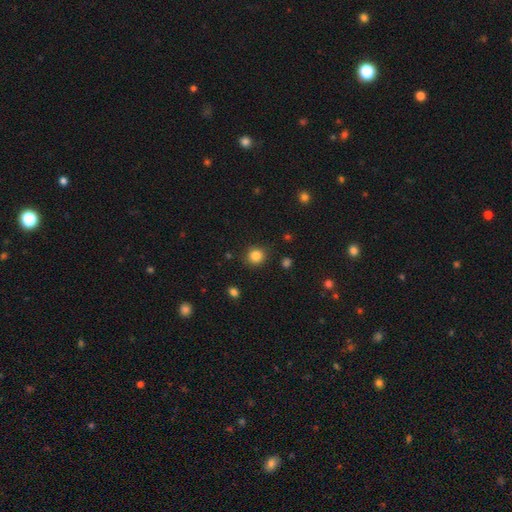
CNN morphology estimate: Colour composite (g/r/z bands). It shows a smooth galaxy with no disk features (85%) that is round (88%). Merging: none (87%).